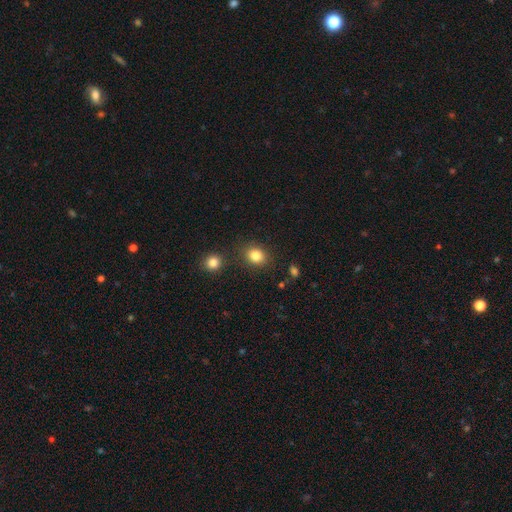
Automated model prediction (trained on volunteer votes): Smooth or featured? smooth (84%)
How rounded? round (59%)
Merging? none (81%)